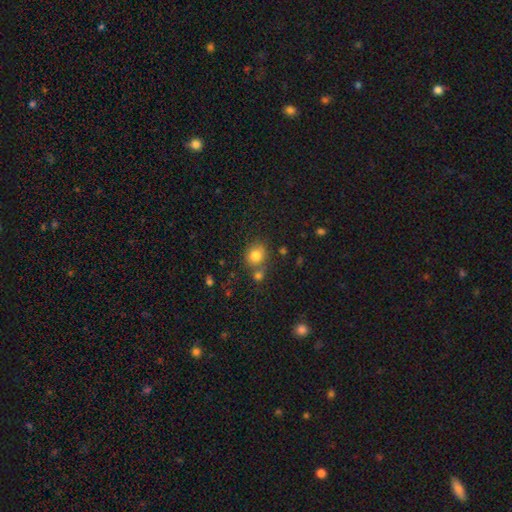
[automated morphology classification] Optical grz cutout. It shows a smooth galaxy with no disk features (81%) that is round (74%). Merging: none (59%).